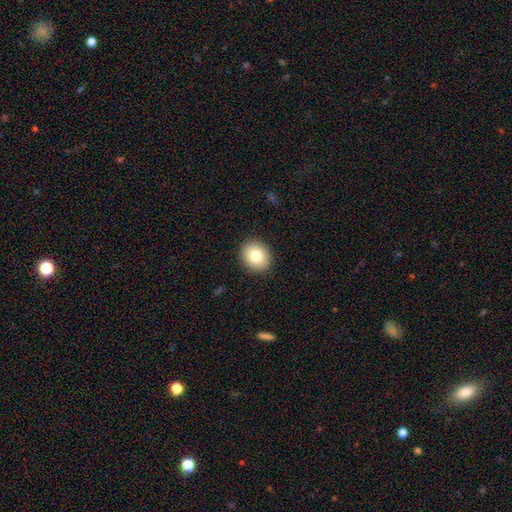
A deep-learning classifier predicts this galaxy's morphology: A smooth galaxy with no disk features (81%) that is round (65%). Merging: none (91%).